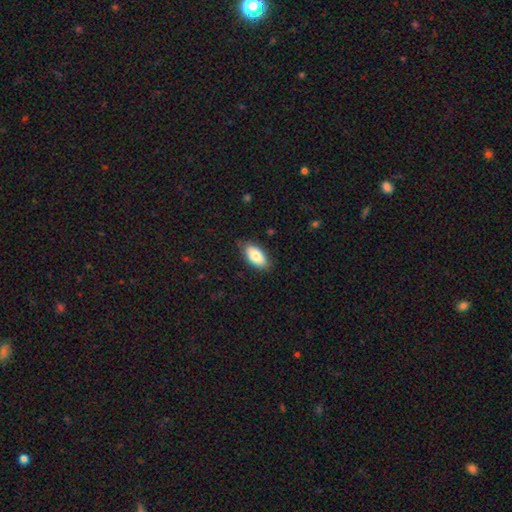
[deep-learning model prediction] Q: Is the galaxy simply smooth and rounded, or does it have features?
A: smooth — 81%.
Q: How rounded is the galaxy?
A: in between — 93%.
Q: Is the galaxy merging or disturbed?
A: none — 81%.